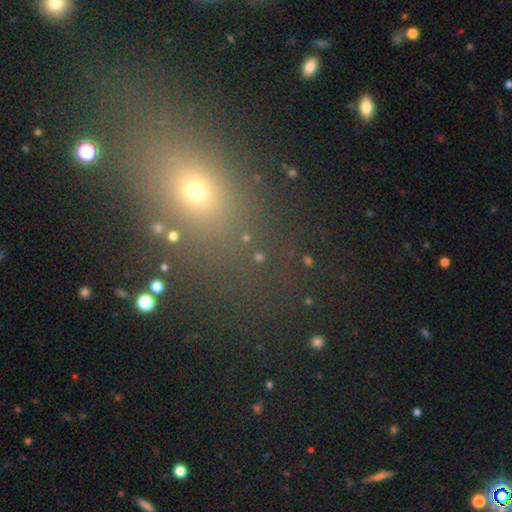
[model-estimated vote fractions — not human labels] Smooth or featured? smooth (51%)
How rounded? in between (58%)
Merging? none (78%)